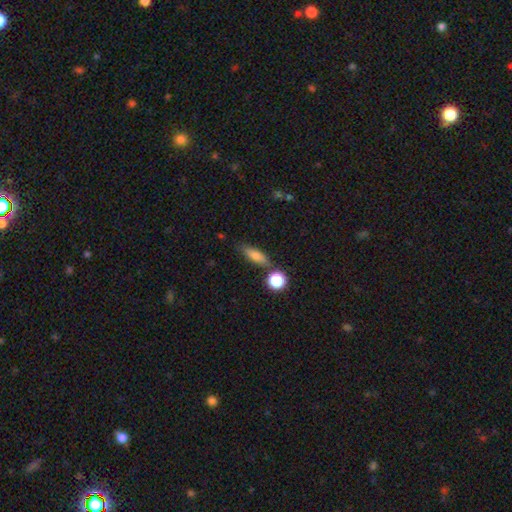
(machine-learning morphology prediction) Smooth or featured? smooth (71%)
How rounded? in between (52%)
Merging? none (74%)